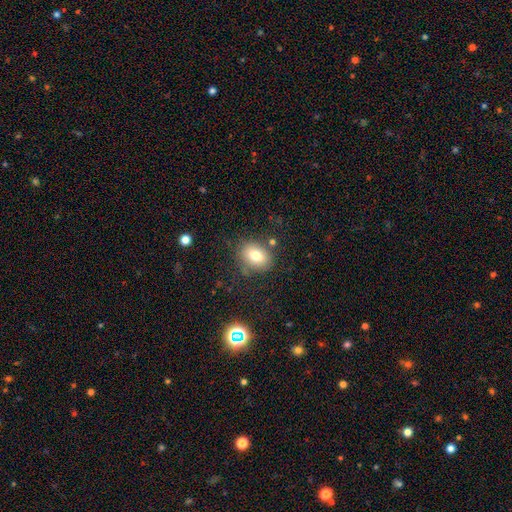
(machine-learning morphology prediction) Smooth or featured? smooth (77%)
How rounded? in between (64%)
Merging? none (76%)